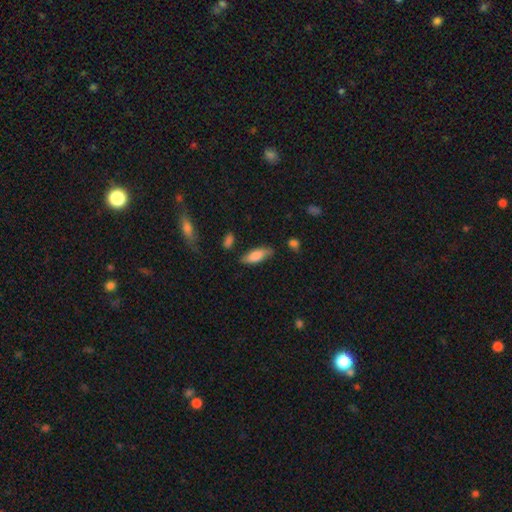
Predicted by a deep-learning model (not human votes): A smooth galaxy with no disk features (79%) that is in between round and cigar-shaped (70%).

Vote fractions:
- Smooth or featured? smooth: 79% / featured or disk: 14% / star or artifact: 6%
- How rounded? in between: 70% / cigar-shaped: 28% / round: 2%
- Merging? none: 71% / minor disturbance: 21% / major disturbance: 5% / merger: 3%